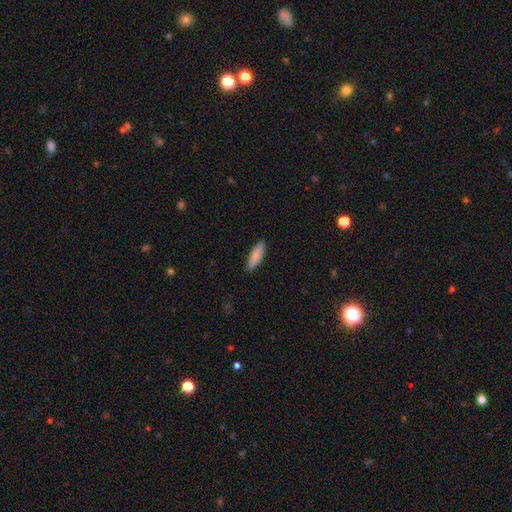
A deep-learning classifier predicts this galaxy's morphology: A smooth galaxy with no disk features (84%) that is cigar-shaped (50%).

Vote fractions:
- Smooth or featured? smooth: 84% / featured or disk: 10% / star or artifact: 6%
- How rounded? cigar-shaped: 50% / in between: 49% / round: 2%
- Merging? none: 86% / minor disturbance: 11% / major disturbance: 2% / merger: 1%